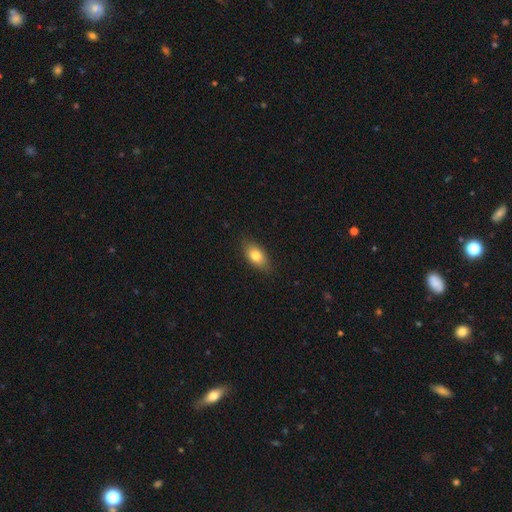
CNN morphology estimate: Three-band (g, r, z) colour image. It shows a smooth galaxy with no disk features (78%) that is in between round and cigar-shaped (87%). Merging: none (83%).